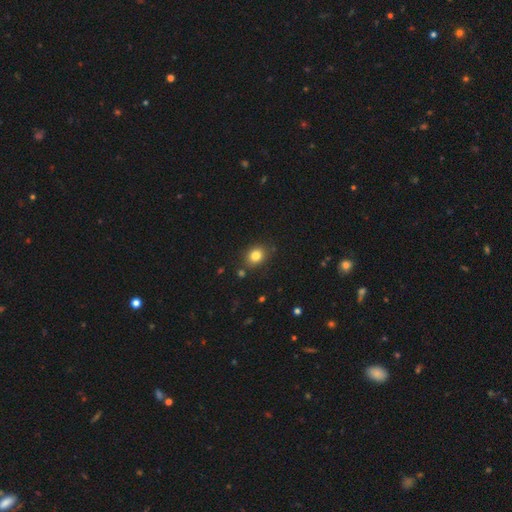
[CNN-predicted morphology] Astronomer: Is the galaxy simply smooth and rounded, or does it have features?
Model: smooth — 83%.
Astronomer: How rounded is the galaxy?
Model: round — 54% (runner-up: in between, 45%).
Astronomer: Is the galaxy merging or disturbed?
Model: none — 83%.